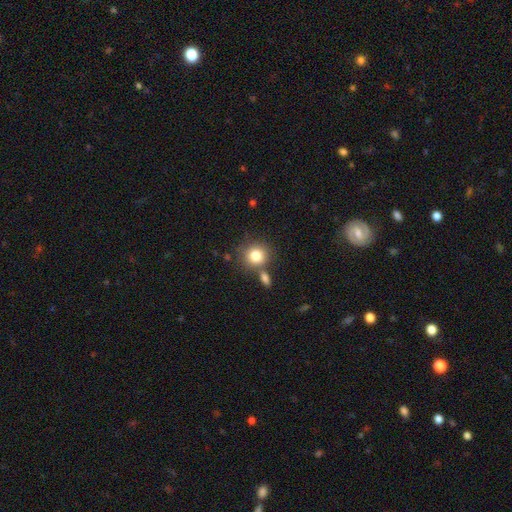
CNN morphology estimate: Smooth or featured?
  - smooth: 80% *
  - star or artifact: 10%
  - featured or disk: 9%
How rounded?
  - round: 86% *
  - in between: 13%
  - cigar-shaped: 1%
Merging?
  - none: 68% *
  - merger: 18%
  - minor disturbance: 11%
  - major disturbance: 4%